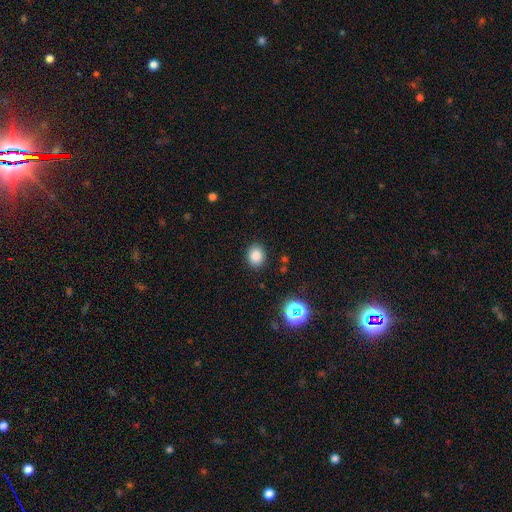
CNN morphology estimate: type=smooth (83%); roundness=round (58%); merging=none (88%).